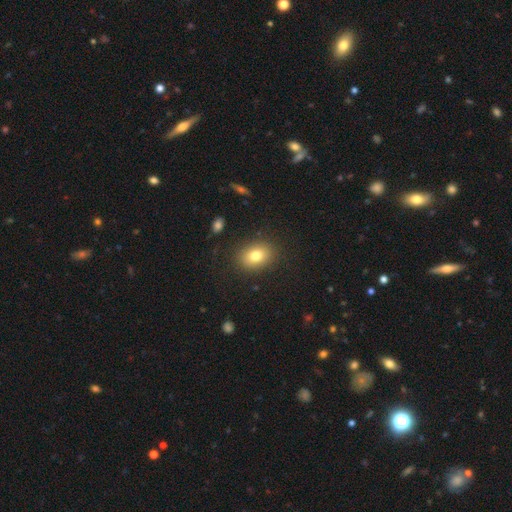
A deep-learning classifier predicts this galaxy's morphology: This appears to be a smooth galaxy with no disk features (79%) that is in between round and cigar-shaped (68%). Merging: none (87%).